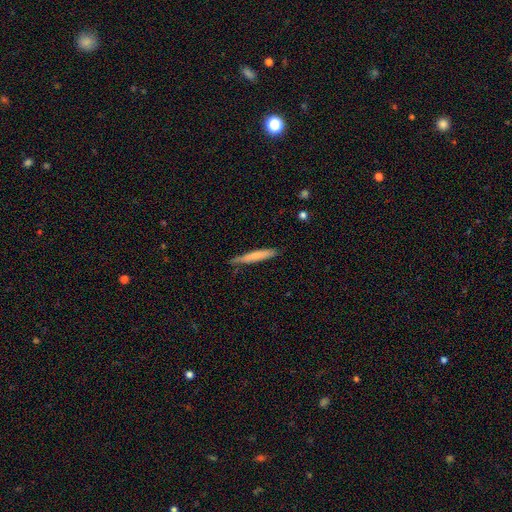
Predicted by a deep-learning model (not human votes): Smooth or featured? Predicted: smooth (p=0.68). How rounded? Predicted: cigar-shaped (p=0.95). Merging? Predicted: none (p=0.79).